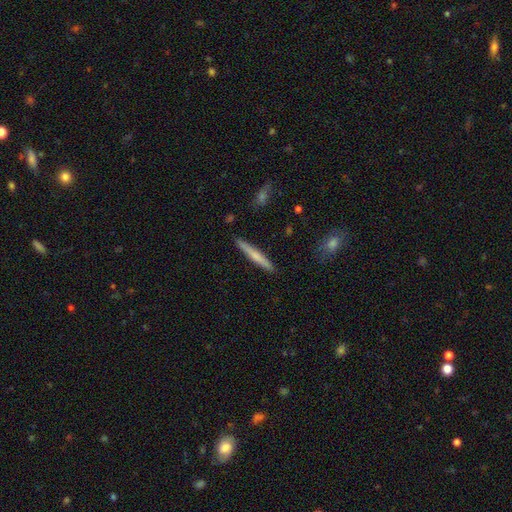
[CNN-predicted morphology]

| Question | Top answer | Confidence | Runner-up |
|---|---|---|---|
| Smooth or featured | smooth | 61% | featured or disk (33%) |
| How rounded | cigar-shaped | 96% | in between (3%) |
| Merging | none | 90% | minor disturbance (7%) |